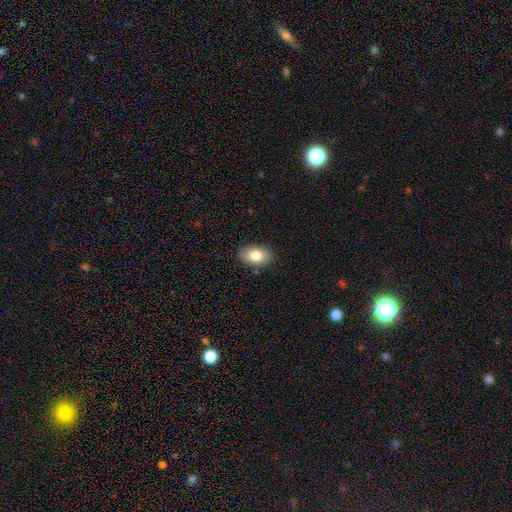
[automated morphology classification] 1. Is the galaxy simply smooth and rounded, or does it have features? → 81% smooth, 12% featured or disk, 7% star or artifact.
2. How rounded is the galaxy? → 91% in between, 8% round, 1% cigar-shaped.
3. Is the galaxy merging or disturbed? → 86% none, 10% minor disturbance, 2% major disturbance, 1% merger.